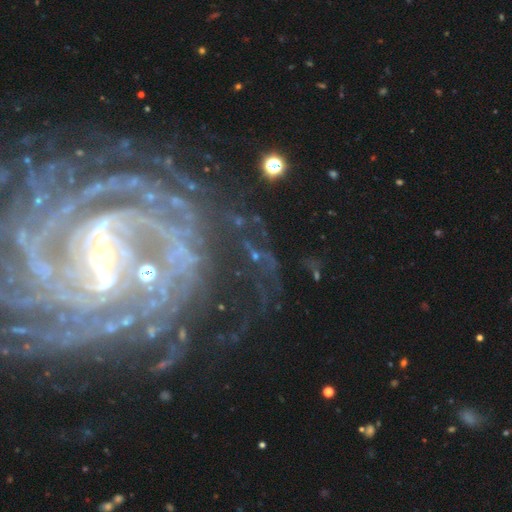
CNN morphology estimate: This appears to be a featured or disk galaxy (61%) with no bar (55%), spiral arms (81%) and a small central bulge (55%). Merging: none (57%).